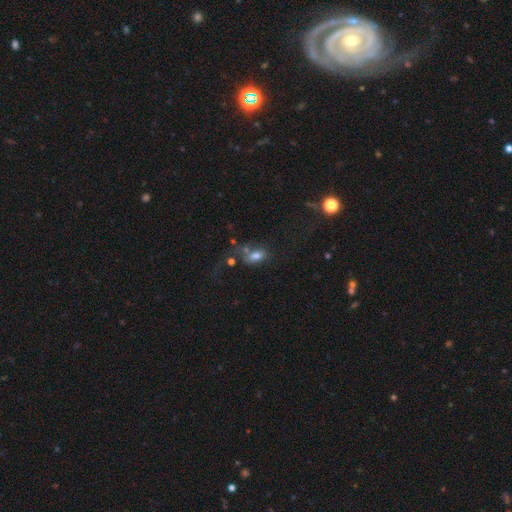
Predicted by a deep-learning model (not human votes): Smooth or featured: smooth — 70% (featured or disk — 17%)
How rounded: in between — 86% (round — 11%)
Merging: none — 36% (merger — 25%)